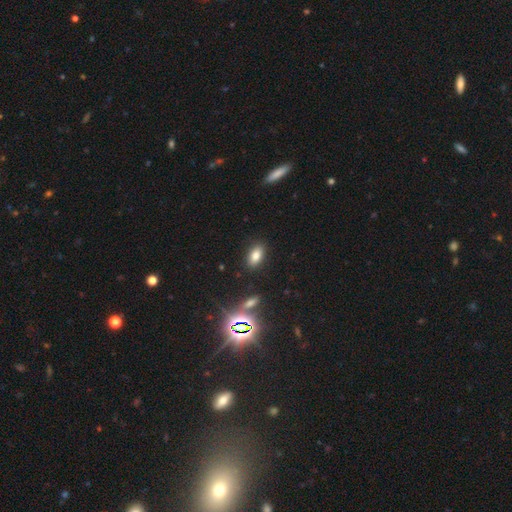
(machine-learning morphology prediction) This appears to be a smooth galaxy with no disk features (76%) that is in between round and cigar-shaped (87%). Merging: none (87%).